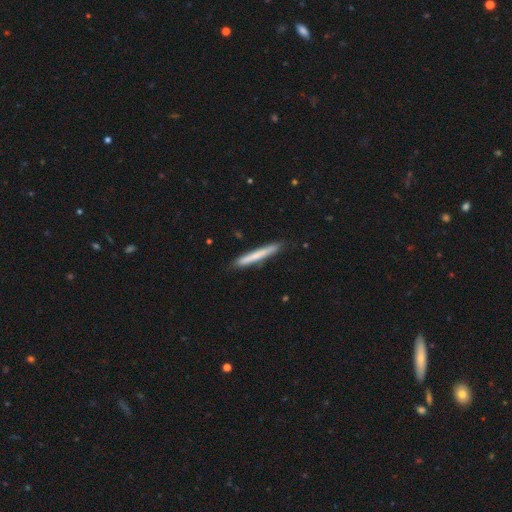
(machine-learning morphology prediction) Smooth or featured: smooth — 65% (featured or disk — 30%)
How rounded: cigar-shaped — 96% (in between — 2%)
Merging: none — 86% (minor disturbance — 11%)